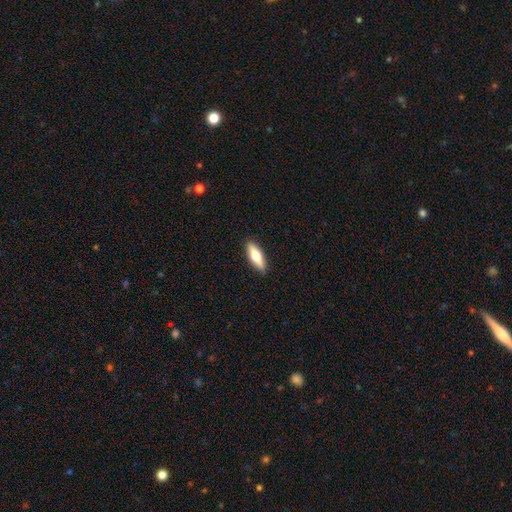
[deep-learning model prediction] smooth_or_featured: smooth (p=0.61) [alt: featured or disk p=0.34]
how_rounded: in between (p=0.49) [alt: cigar-shaped p=0.48]
merging: none (p=0.90) [alt: minor disturbance p=0.08]